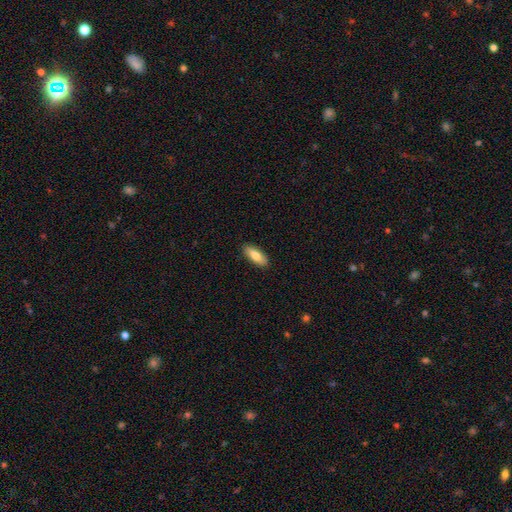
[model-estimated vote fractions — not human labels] Morphology: type=smooth (80%); roundness=in between (70%); merging=none (89%).